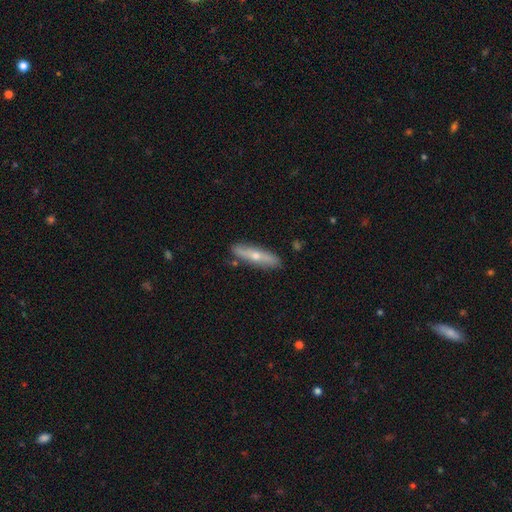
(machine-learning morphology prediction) featured or disk 53%, smooth 40%, star or artifact 6%. Down the decision tree: edge-on disk — yes (75%); merging — none (85%).